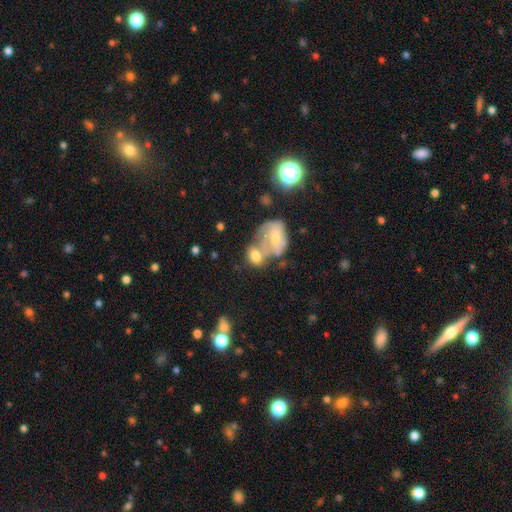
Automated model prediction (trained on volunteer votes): Morphology: type=smooth (56%); roundness=in between (67%); merging=merger (57%).